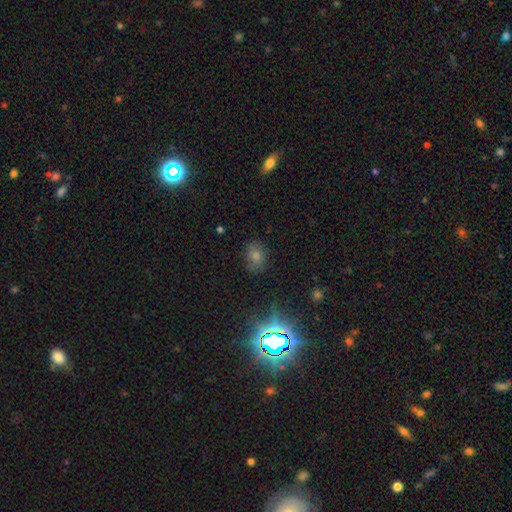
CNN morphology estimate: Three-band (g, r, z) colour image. It shows a smooth galaxy with no disk features (56%) that is in between round and cigar-shaped (55%). Merging: none (81%).